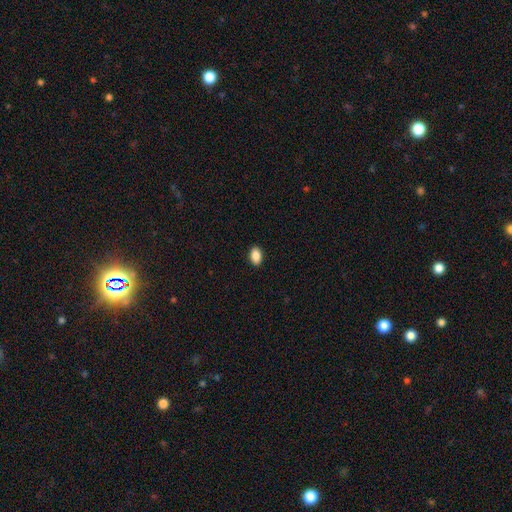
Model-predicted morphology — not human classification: smooth-or-featured: smooth: 88% | star or artifact: 8% | featured or disk: 4%
  how-rounded: in between: 90% | round: 9% | cigar-shaped: 2%
  merging: none: 91% | minor disturbance: 7% | major disturbance: 2% | merger: 1%